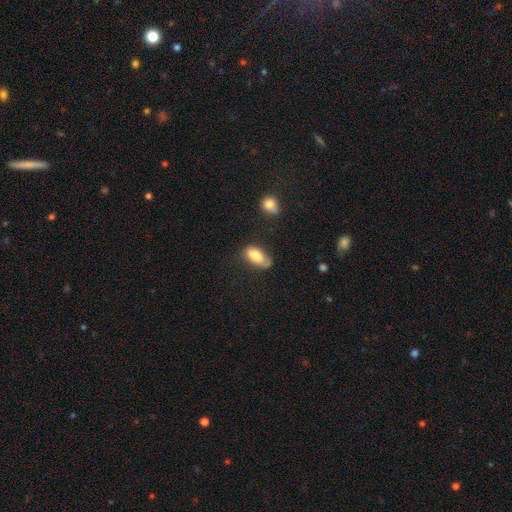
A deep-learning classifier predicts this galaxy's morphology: This is likely a smooth galaxy (74%). How rounded: clearly in between (91%). Merging: possibly none (49%).